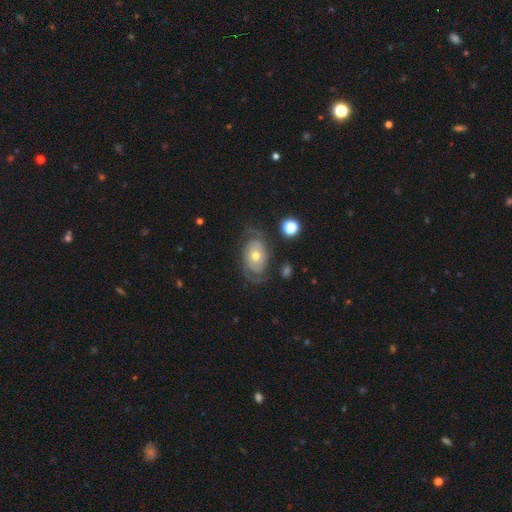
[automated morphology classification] Q: Smooth or featured?
A: featured or disk (81%); runner-up: smooth (13%)
Q: Edge-on disk?
A: no (96%); runner-up: yes (4%)
Q: Bar?
A: no (80%); runner-up: weak (16%)
Q: Spiral arms?
A: yes (90%); runner-up: no (10%)
Q: Spiral winding?
A: tight (48%); runner-up: medium (36%)
Q: Spiral arm count?
A: 2 (75%); runner-up: can't tell (12%)
Q: Bulge size?
A: moderate (62%); runner-up: small (33%)
Q: Merging?
A: none (69%); runner-up: minor disturbance (18%)